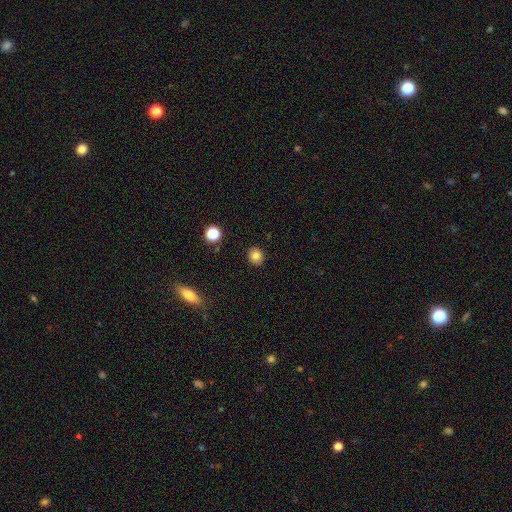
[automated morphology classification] smooth_or_featured: smooth (p=0.81) [alt: star or artifact p=0.12]
how_rounded: round (p=0.72) [alt: in between p=0.27]
merging: none (p=0.89) [alt: minor disturbance p=0.07]